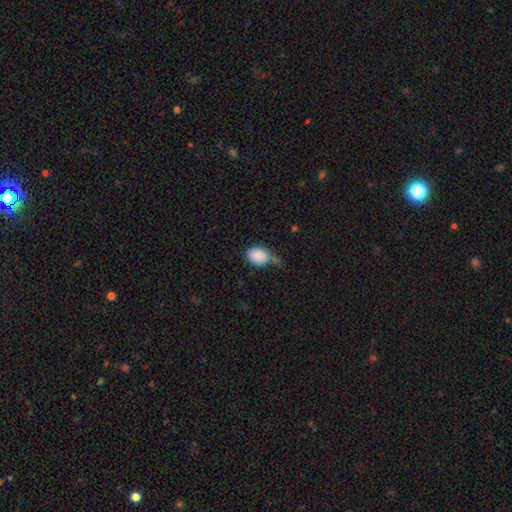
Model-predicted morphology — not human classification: smooth 87%, star or artifact 7%, featured or disk 6%. Down the decision tree: how rounded — in between (69%); merging — none (43%).